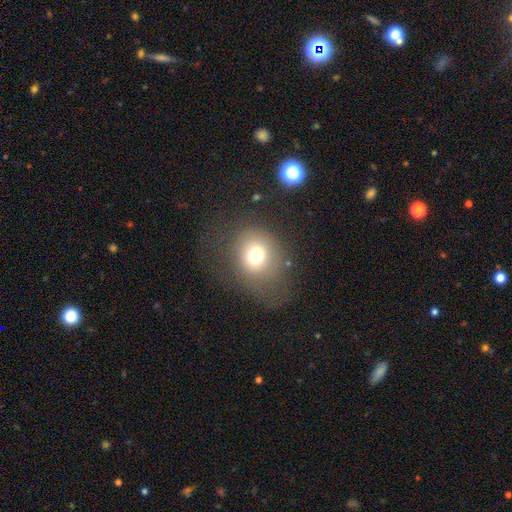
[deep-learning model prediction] Q: Smooth or featured?
A: smooth (73%); runner-up: star or artifact (14%)
Q: How rounded?
A: round (72%); runner-up: in between (27%)
Q: Merging?
A: none (64%); runner-up: major disturbance (17%)